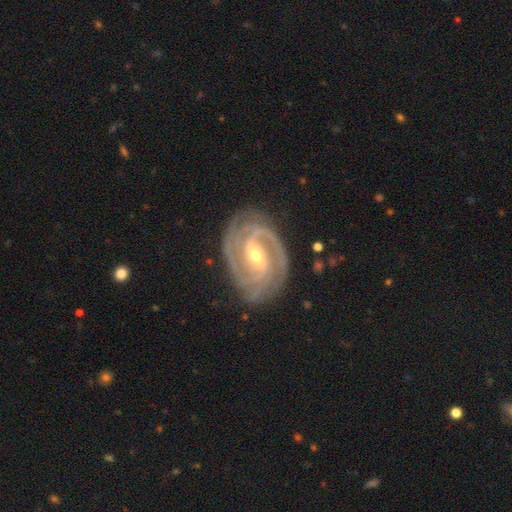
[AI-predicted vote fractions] A featured or disk galaxy (93%) with a weak bar (44%), 3 (36%) tight (67%) spiral arms (98%) and a moderate central bulge (52%). Merging: none (81%).